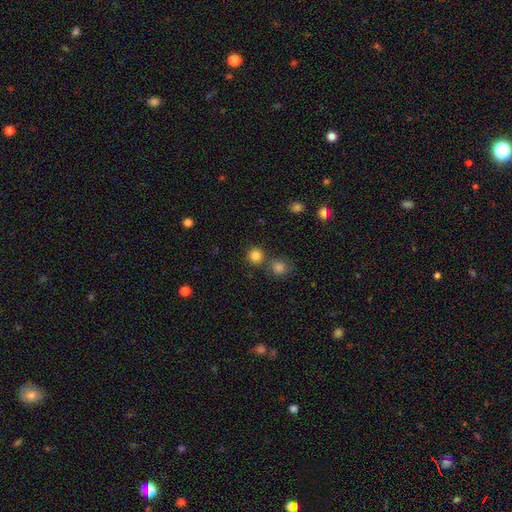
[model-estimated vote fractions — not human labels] The model was most divided on "merging": none: 70%, merger: 20%, minor disturbance: 7%, major disturbance: 3%. More confident: how rounded — round (91%); smooth or featured — smooth (83%).